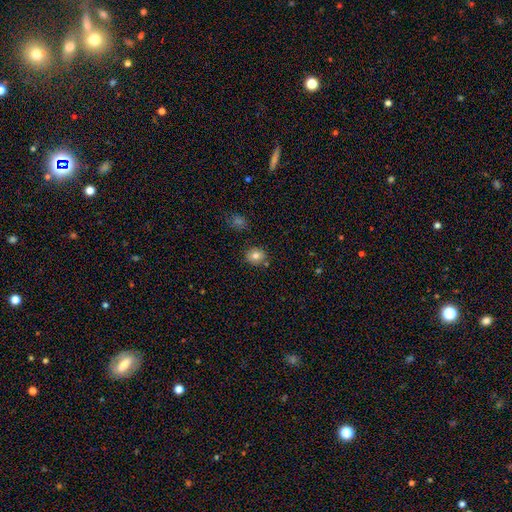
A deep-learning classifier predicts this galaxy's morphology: Smooth or featured: smooth — 79% (star or artifact — 11%)
How rounded: round — 74% (in between — 25%)
Merging: none — 83% (minor disturbance — 10%)